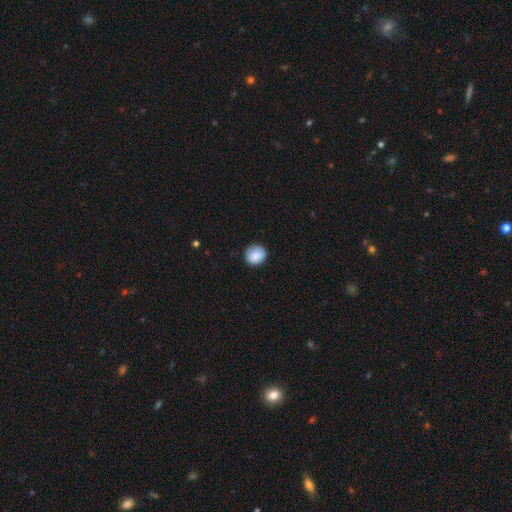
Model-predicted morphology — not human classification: Smooth or featured: smooth — 89% (star or artifact — 8%)
How rounded: round — 82% (in between — 17%)
Merging: none — 84% (minor disturbance — 12%)